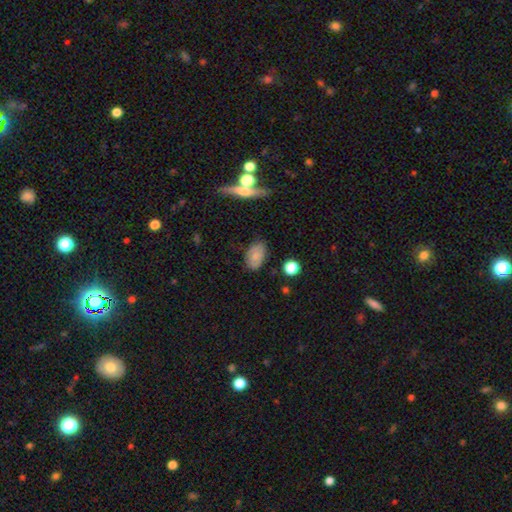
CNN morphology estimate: smooth_or_featured: smooth (p=0.72) [alt: featured or disk p=0.20]
how_rounded: in between (p=0.89) [alt: round p=0.09]
merging: none (p=0.79) [alt: minor disturbance p=0.15]